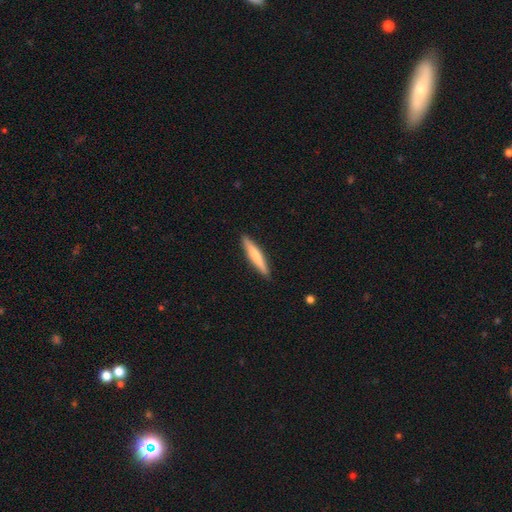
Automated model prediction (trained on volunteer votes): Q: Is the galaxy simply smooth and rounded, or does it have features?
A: smooth — 65%.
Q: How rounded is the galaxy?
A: cigar-shaped — 92%.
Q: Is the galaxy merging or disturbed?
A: none — 91%.